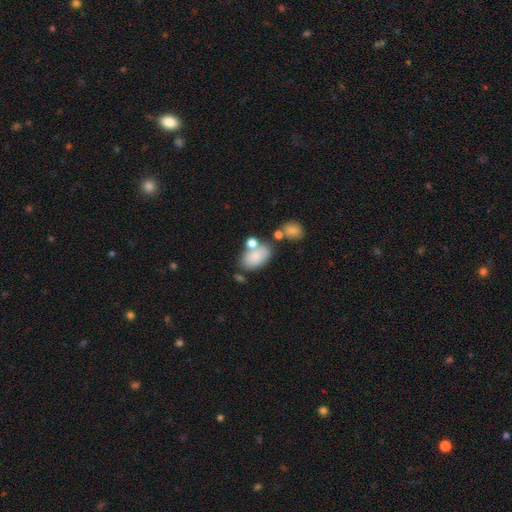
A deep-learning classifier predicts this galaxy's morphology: type=smooth (79%); roundness=in between (90%); merging=none (55%).